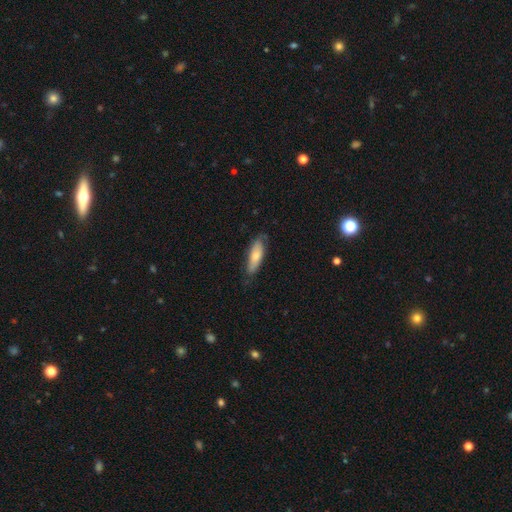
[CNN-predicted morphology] smooth_or_featured: smooth (p=0.63) [alt: featured or disk p=0.31]
how_rounded: in between (p=0.55) [alt: cigar-shaped p=0.43]
merging: none (p=0.71) [alt: minor disturbance p=0.23]